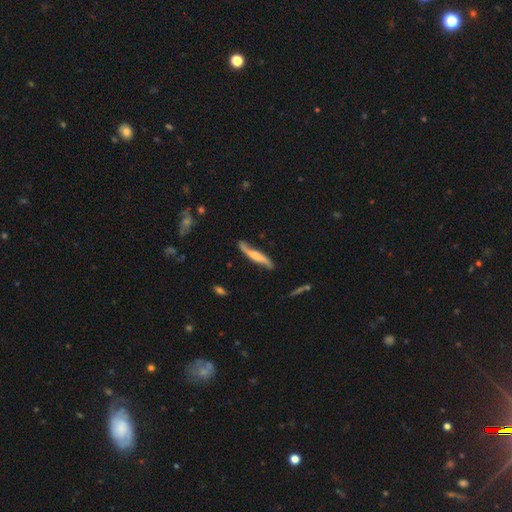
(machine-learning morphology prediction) Q: Smooth or featured?
A: featured or disk (61%); runner-up: smooth (34%)
Q: Edge-on disk?
A: yes (58%); runner-up: no (42%)
Q: Merging?
A: none (74%); runner-up: minor disturbance (18%)